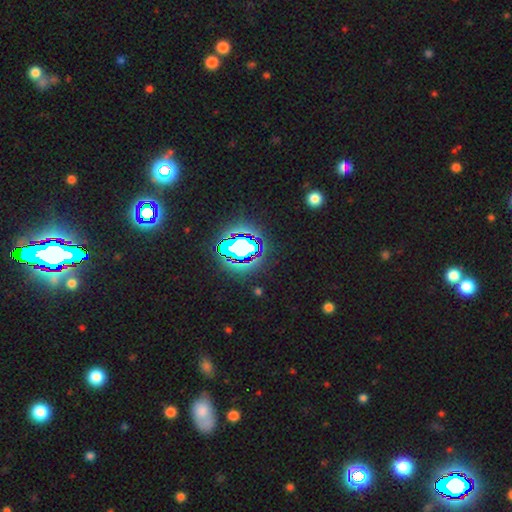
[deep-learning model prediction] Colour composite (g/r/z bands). It shows a star or artifact, not a galaxy (83%).